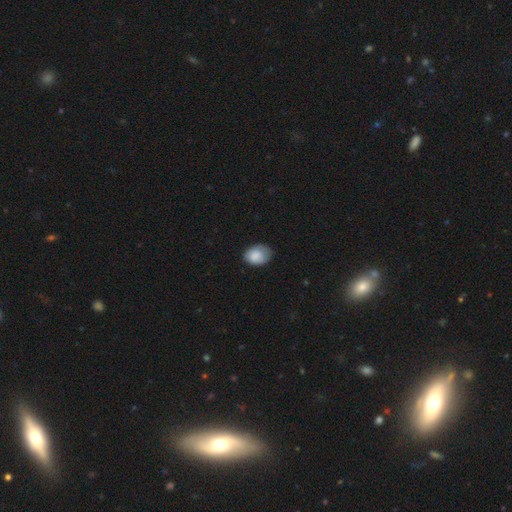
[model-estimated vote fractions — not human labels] smooth-or-featured: smooth: 84% | featured or disk: 9% | star or artifact: 7%
  how-rounded: in between: 71% | round: 29% | cigar-shaped: 1%
  merging: none: 65% | minor disturbance: 28% | major disturbance: 6% | merger: 1%